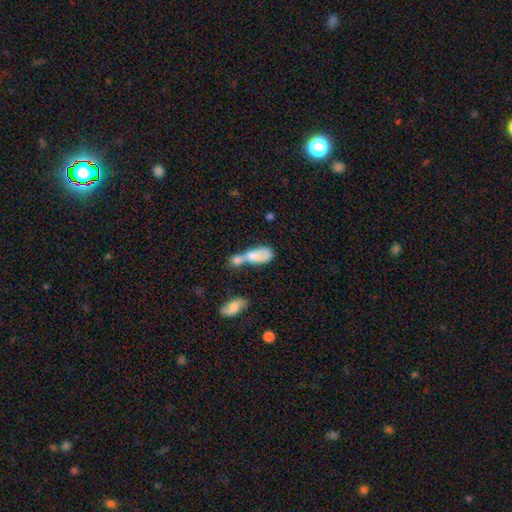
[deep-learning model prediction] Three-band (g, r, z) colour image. It shows a smooth galaxy with no disk features (69%) that is in between round and cigar-shaped (76%). Merging: merger (68%).